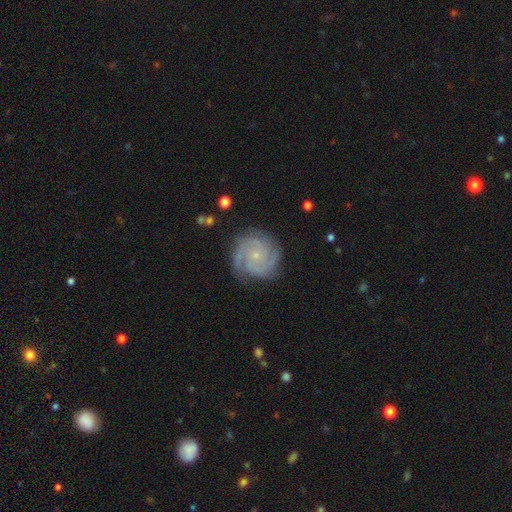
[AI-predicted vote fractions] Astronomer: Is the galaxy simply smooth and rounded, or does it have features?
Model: featured or disk — 87%.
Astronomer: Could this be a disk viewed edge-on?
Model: no — 98%.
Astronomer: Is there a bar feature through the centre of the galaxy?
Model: no — 77%.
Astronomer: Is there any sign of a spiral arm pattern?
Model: yes — 98%.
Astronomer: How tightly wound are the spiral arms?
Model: tight — 70%.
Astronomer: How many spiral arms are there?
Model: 3 — 41% (runner-up: 2, 24%).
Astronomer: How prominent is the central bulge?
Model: small — 82%.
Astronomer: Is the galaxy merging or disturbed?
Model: none — 82%.